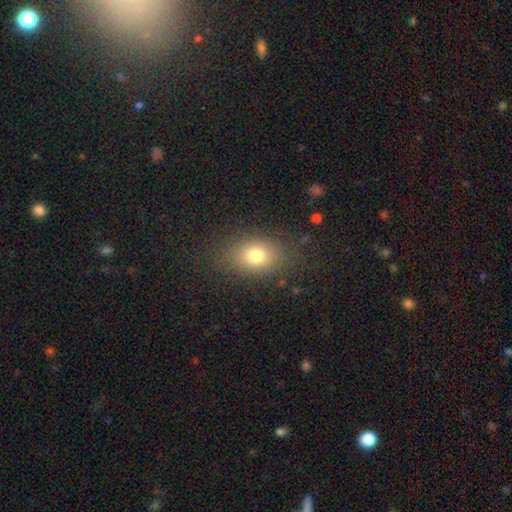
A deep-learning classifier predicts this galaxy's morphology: This appears to be a smooth galaxy with no disk features (76%) that is in between round and cigar-shaped (71%). Merging: none (83%).